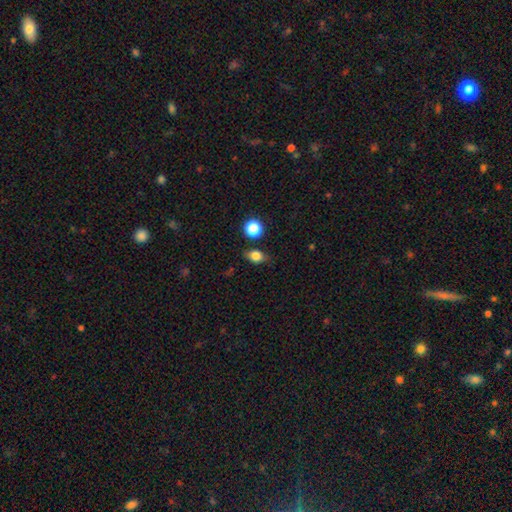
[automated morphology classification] type=smooth (81%); roundness=in between (59%); merging=none (75%).